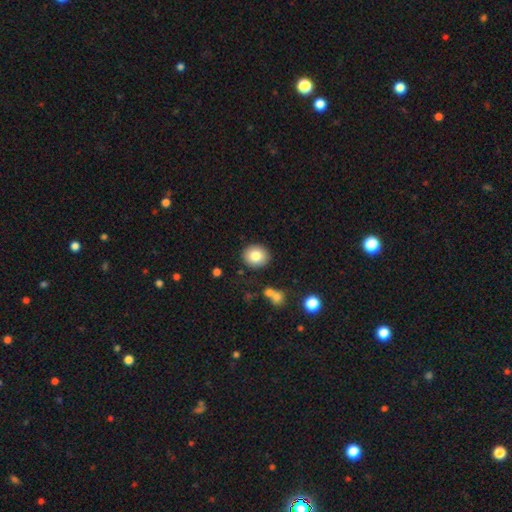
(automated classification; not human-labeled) Overall: smooth (81%). How rounded: round (73%). Merging: none (88%).